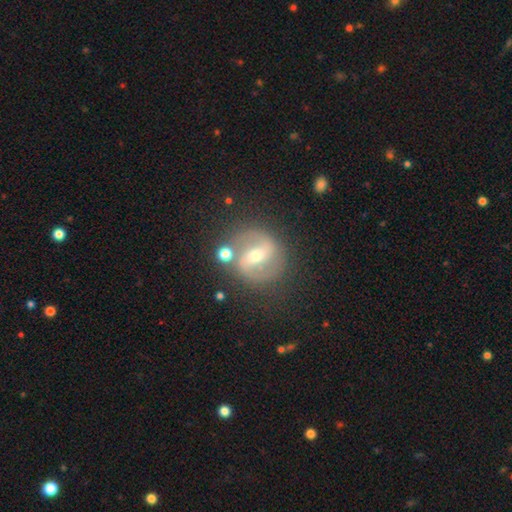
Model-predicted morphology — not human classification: Overall: featured or disk (82%). Edge-on disk: no (97%). Bar: strong (45%; weak 38%). Spiral arms: yes (92%). Spiral arm count: 2 (92%). Spiral winding: medium (55%; loose 24%). Bulge size: moderate (52%; small 43%). Merging: none (79%).